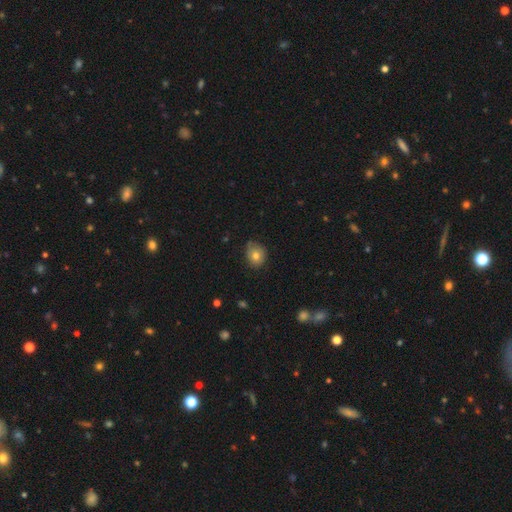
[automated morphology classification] This appears to be a smooth galaxy with no disk features (77%) that is round (69%). Merging: none (65%).